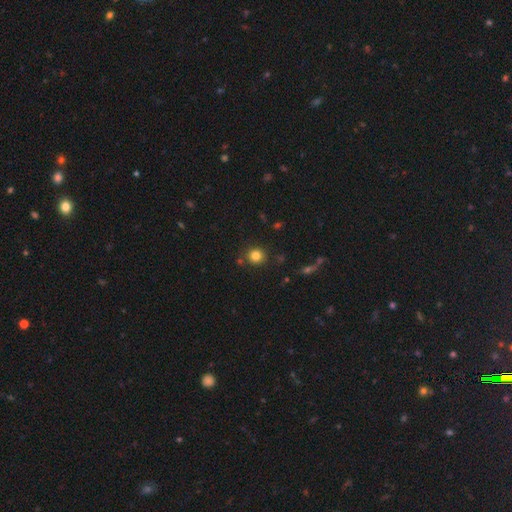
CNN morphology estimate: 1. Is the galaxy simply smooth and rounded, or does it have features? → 81% smooth, 13% star or artifact, 6% featured or disk.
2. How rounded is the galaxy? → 89% round, 10% in between, 1% cigar-shaped.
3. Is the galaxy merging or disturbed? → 84% none, 8% minor disturbance, 5% merger, 3% major disturbance.